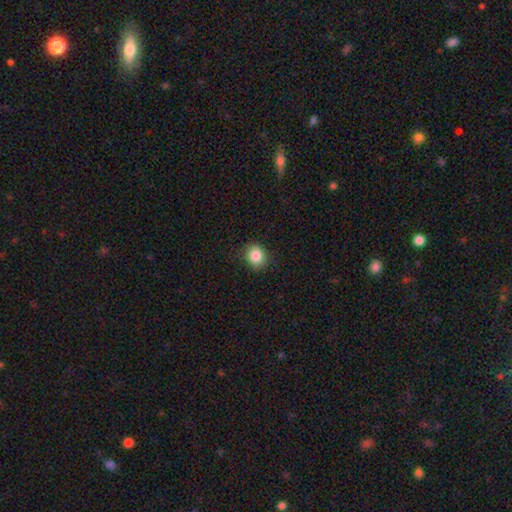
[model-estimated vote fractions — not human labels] Smooth or featured?
  - smooth: 86% *
  - star or artifact: 10%
  - featured or disk: 5%
How rounded?
  - round: 72% *
  - in between: 27%
  - cigar-shaped: 1%
Merging?
  - none: 87% *
  - minor disturbance: 10%
  - major disturbance: 3%
  - merger: 1%